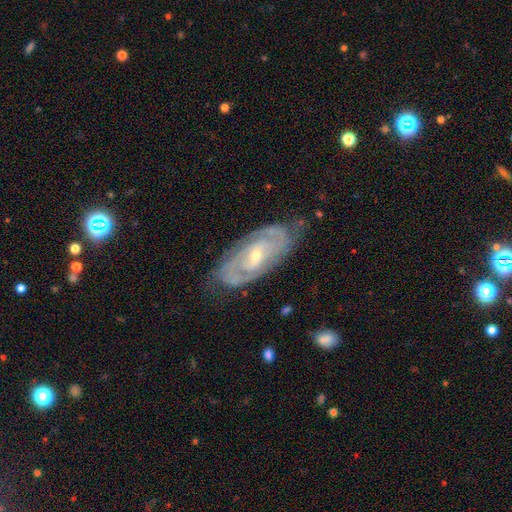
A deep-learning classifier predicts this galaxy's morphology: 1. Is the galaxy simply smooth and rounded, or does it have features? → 84% featured or disk, 10% smooth, 5% star or artifact.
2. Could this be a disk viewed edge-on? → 93% no, 7% yes.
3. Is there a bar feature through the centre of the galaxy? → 53% no, 35% weak, 12% strong.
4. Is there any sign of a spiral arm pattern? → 92% yes, 8% no.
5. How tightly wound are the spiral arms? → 69% tight, 26% medium, 6% loose.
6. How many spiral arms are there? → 45% 2, 32% can't tell, 11% 3, 5% 4, 4% 1, 3% more than 4.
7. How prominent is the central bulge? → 67% small, 30% moderate, 1% large, 1% none, 1% dominant.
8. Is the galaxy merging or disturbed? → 73% none, 20% minor disturbance, 6% major disturbance, 2% merger.